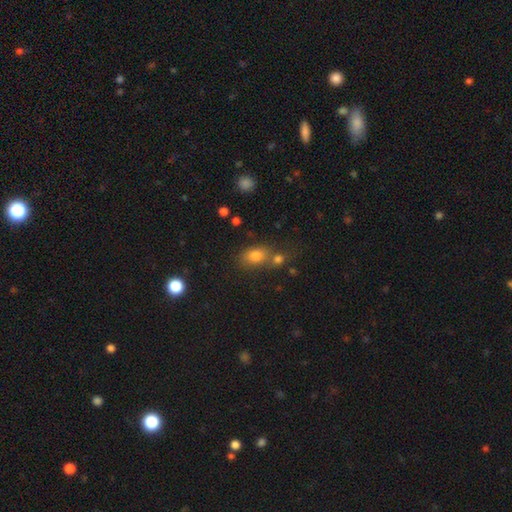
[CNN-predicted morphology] A smooth galaxy with no disk features (78%) that is in between round and cigar-shaped (71%).

Vote fractions:
- Smooth or featured? smooth: 78% / star or artifact: 13% / featured or disk: 9%
- How rounded? in between: 71% / round: 27% / cigar-shaped: 2%
- Merging? none: 51% / merger: 31% / minor disturbance: 13% / major disturbance: 5%